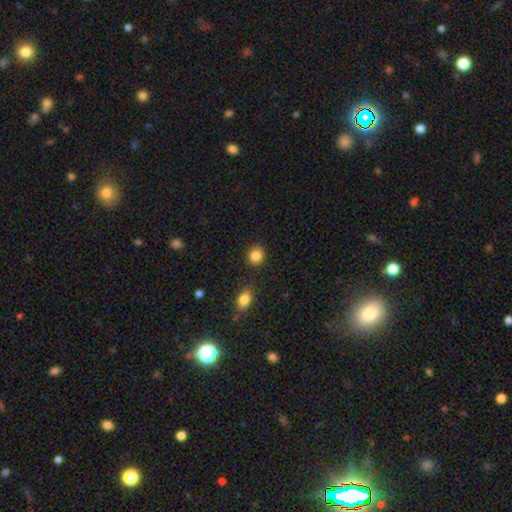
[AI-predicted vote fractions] Smooth or featured? Predicted: smooth (p=0.87). How rounded? Predicted: round (p=0.81). Merging? Predicted: none (p=0.87).